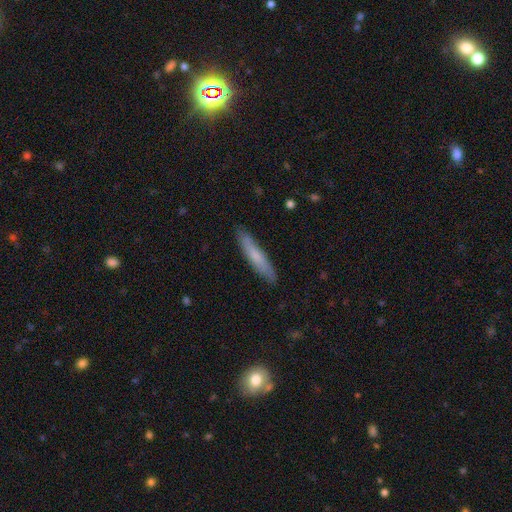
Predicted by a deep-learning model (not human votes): This is likely a smooth galaxy (66%). How rounded: clearly cigar-shaped (90%). Merging: clearly none (86%).